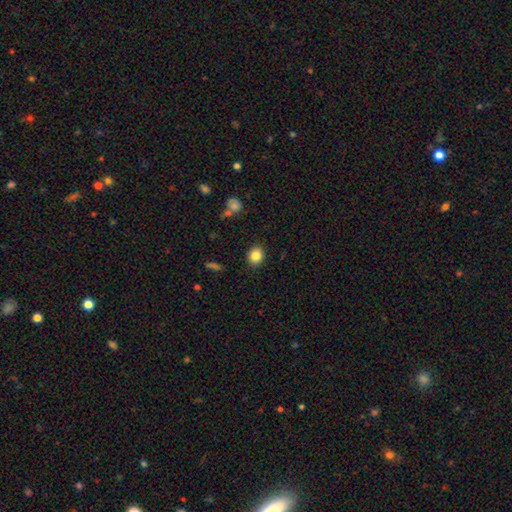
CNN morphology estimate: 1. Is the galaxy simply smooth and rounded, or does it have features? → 85% smooth, 10% star or artifact, 6% featured or disk.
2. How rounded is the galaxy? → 66% round, 33% in between, 1% cigar-shaped.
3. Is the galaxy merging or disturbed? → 89% none, 8% minor disturbance, 2% major disturbance, 1% merger.